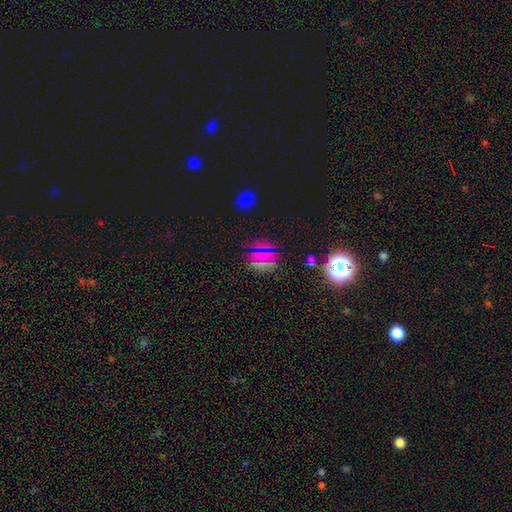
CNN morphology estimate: This is possibly a smooth galaxy (51%). How rounded: likely round (62%). Merging: likely none (78%).